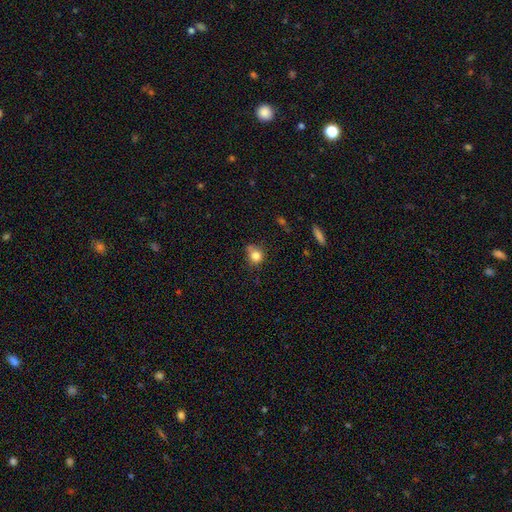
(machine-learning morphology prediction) Smooth or featured? smooth (80%)
How rounded? round (78%)
Merging? none (57%)